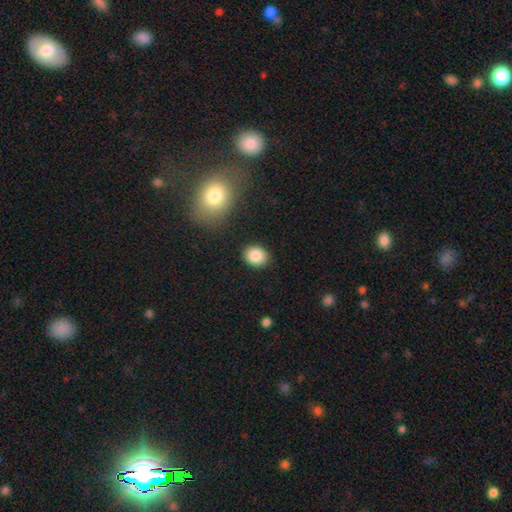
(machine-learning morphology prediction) Q: Smooth or featured?
A: smooth (86%); runner-up: star or artifact (8%)
Q: How rounded?
A: round (58%); runner-up: in between (41%)
Q: Merging?
A: none (88%); runner-up: minor disturbance (8%)